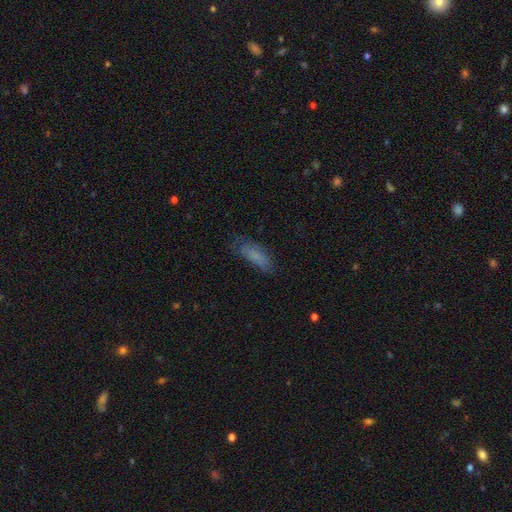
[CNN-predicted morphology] smooth 71%, featured or disk 19%, star or artifact 10%. Down the decision tree: how rounded — in between (64%); merging — none (60%).